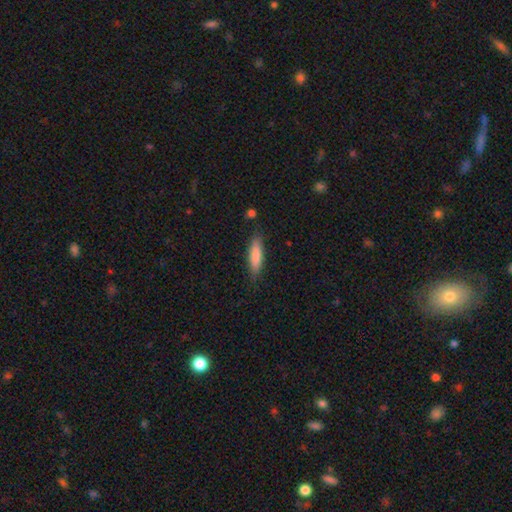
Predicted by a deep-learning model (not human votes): Smooth or featured: smooth — 82% (featured or disk — 12%)
How rounded: cigar-shaped — 65% (in between — 33%)
Merging: none — 82% (minor disturbance — 13%)